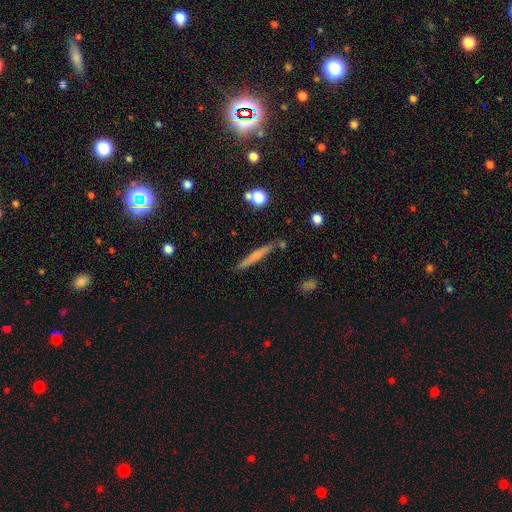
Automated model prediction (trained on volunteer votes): The model was most divided on "smooth or featured": smooth: 60%, featured or disk: 33%, star or artifact: 7%. More confident: how rounded — cigar-shaped (95%); merging — none (83%).